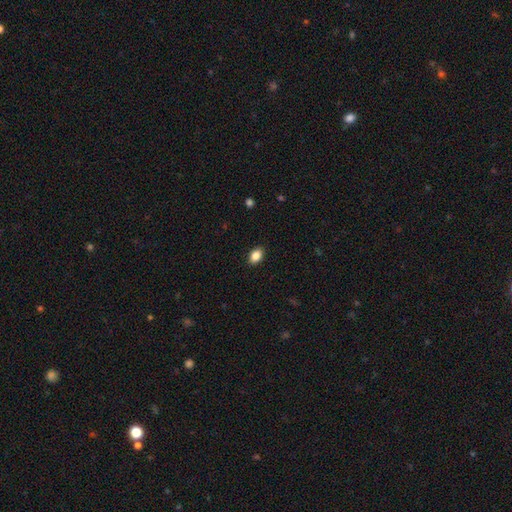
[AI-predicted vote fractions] The model was most divided on "how rounded": in between: 83%, round: 16%, cigar-shaped: 1%. More confident: merging — none (89%); smooth or featured — smooth (86%).